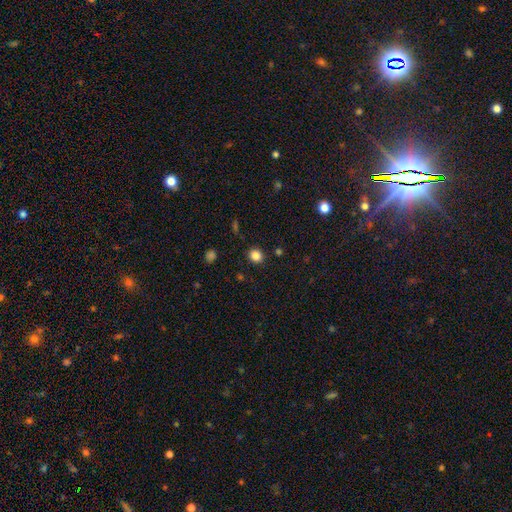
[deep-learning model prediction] smooth-or-featured: smooth: 84% | star or artifact: 12% | featured or disk: 4%
  how-rounded: round: 78% | in between: 21% | cigar-shaped: 1%
  merging: none: 89% | minor disturbance: 7% | major disturbance: 2% | merger: 2%